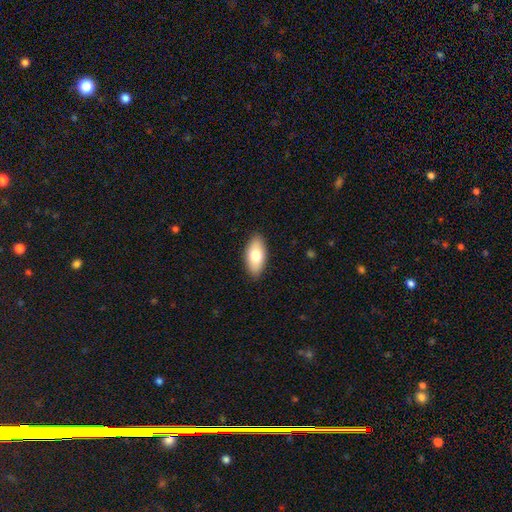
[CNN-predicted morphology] Smooth or featured? smooth (76%)
How rounded? in between (92%)
Merging? none (88%)